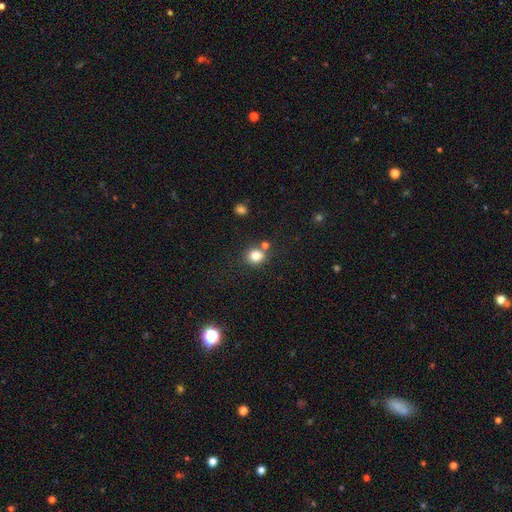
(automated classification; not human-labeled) Morphology: type=smooth (81%); roundness=round (81%); merging=none (71%).